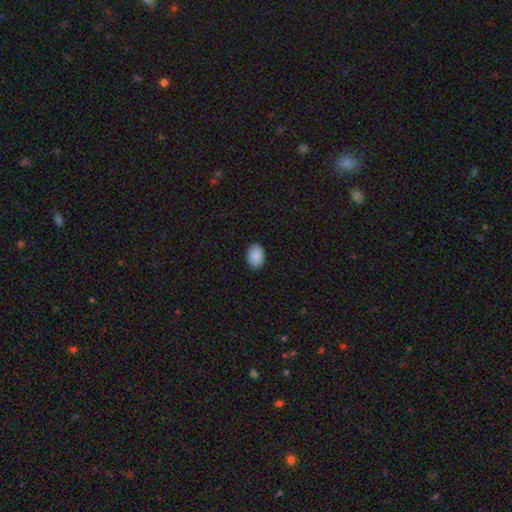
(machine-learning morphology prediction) The model was most divided on "how rounded": in between: 82%, round: 17%, cigar-shaped: 1%. More confident: smooth or featured — smooth (90%); merging — none (90%).